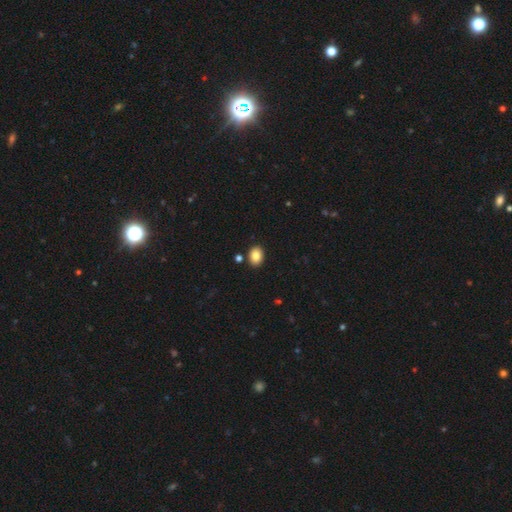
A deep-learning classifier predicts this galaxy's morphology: Smooth or featured: smooth — 86% (star or artifact — 9%)
How rounded: in between — 71% (round — 28%)
Merging: none — 87% (minor disturbance — 7%)